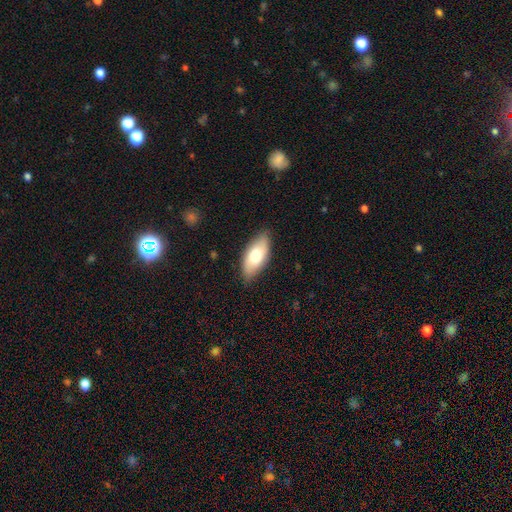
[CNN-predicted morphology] A smooth galaxy with no disk features (70%) that is in between round and cigar-shaped (87%).

Vote fractions:
- Smooth or featured? smooth: 70% / featured or disk: 24% / star or artifact: 6%
- How rounded? in between: 87% / cigar-shaped: 10% / round: 2%
- Merging? none: 83% / minor disturbance: 14% / major disturbance: 2% / merger: 1%